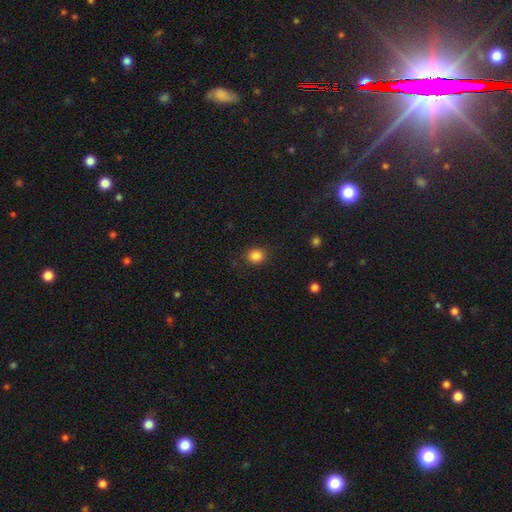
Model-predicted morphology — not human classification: type=smooth (85%); roundness=round (77%); merging=none (88%).